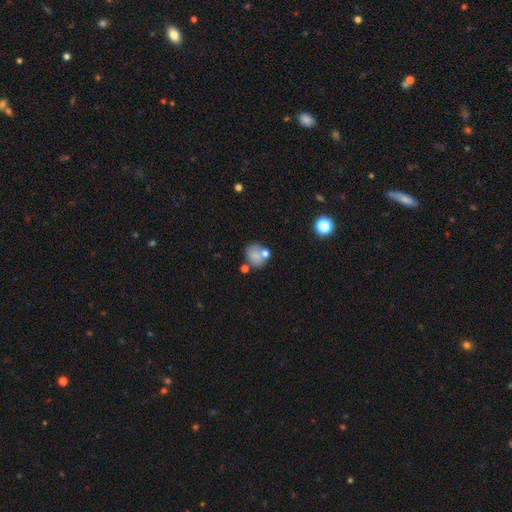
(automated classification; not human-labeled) A smooth galaxy with no disk features (71%) that is round (68%). Merging: none (52%).